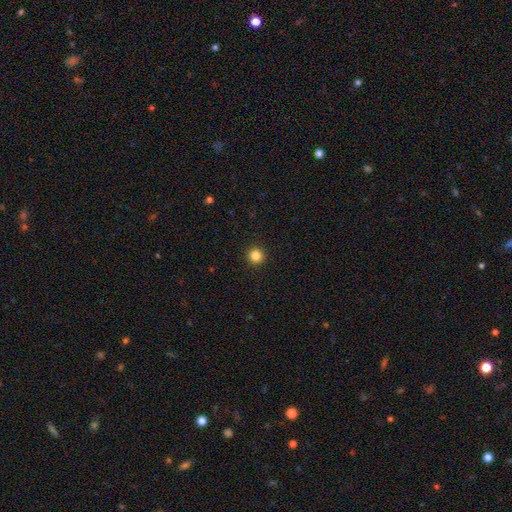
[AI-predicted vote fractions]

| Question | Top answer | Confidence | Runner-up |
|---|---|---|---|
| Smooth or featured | smooth | 84% | star or artifact (12%) |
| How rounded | round | 96% | in between (3%) |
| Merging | none | 94% | minor disturbance (4%) |